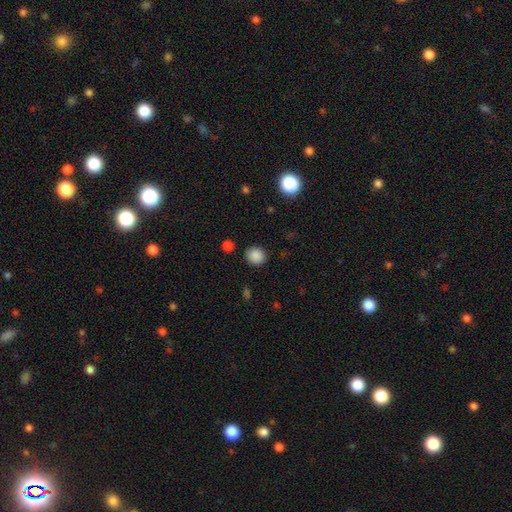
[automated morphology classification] Smooth or featured?
  - smooth: 87% *
  - star or artifact: 10%
  - featured or disk: 3%
How rounded?
  - round: 81% *
  - in between: 18%
  - cigar-shaped: 1%
Merging?
  - none: 88% *
  - minor disturbance: 8%
  - major disturbance: 2%
  - merger: 2%